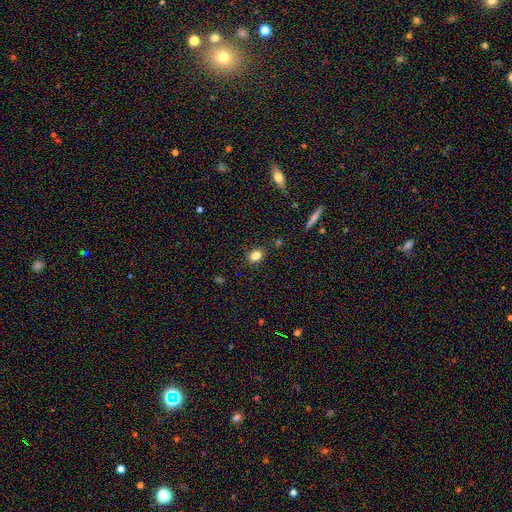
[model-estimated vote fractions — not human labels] Morphology: type=smooth (82%); roundness=in between (59%); merging=none (86%).